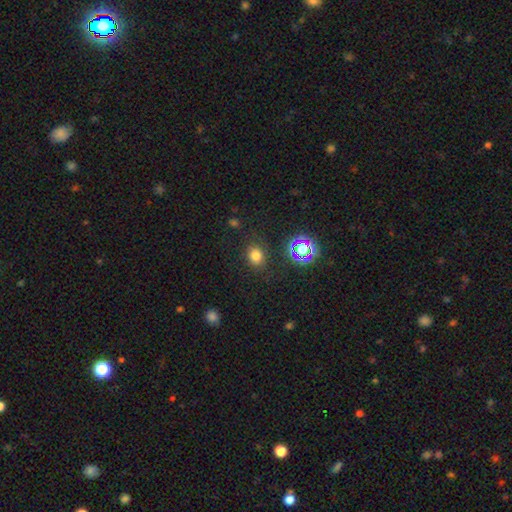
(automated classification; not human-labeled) Morphology: type=smooth (73%); roundness=round (63%); merging=none (84%).